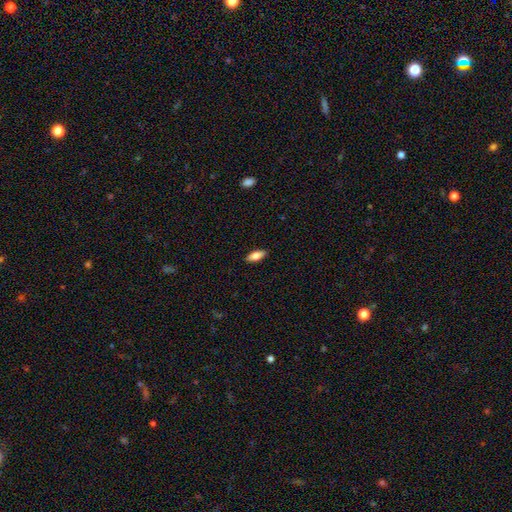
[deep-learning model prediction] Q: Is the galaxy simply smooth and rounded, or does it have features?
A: smooth — 81%.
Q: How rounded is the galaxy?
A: in between — 81%.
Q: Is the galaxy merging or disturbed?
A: none — 89%.